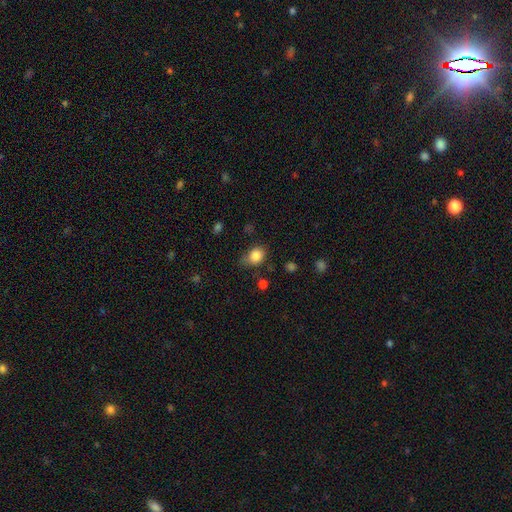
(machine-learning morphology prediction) type=smooth (84%); roundness=in between (53%); merging=none (58%).